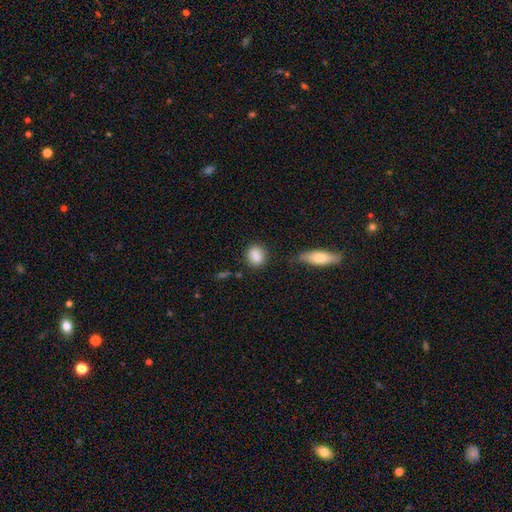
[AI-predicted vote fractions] smooth_or_featured: smooth (p=0.88) [alt: star or artifact p=0.07]
how_rounded: round (p=0.56) [alt: in between p=0.41]
merging: none (p=0.80) [alt: minor disturbance p=0.12]